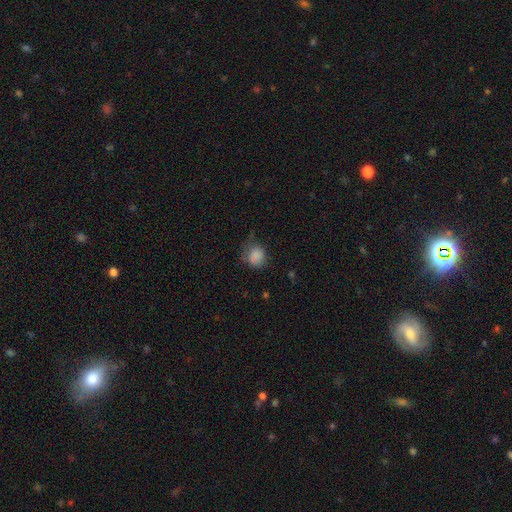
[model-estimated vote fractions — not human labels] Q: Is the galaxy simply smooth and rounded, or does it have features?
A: smooth — 84%.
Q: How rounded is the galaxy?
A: round — 71%.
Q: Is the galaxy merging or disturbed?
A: none — 56%.